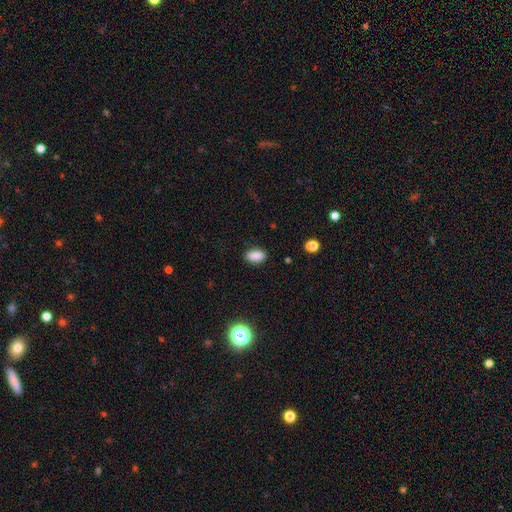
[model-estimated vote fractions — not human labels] Morphology: type=smooth (86%); roundness=in between (89%); merging=none (87%).